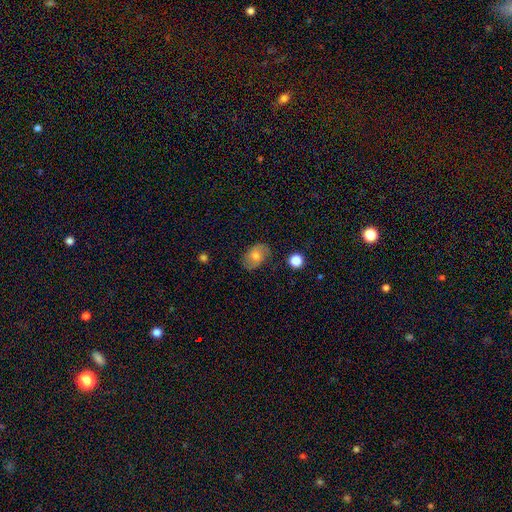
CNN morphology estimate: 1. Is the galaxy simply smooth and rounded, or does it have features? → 52% smooth, 39% featured or disk, 9% star or artifact.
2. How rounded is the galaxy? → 75% in between, 23% round, 1% cigar-shaped.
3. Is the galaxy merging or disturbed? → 78% none, 17% minor disturbance, 4% major disturbance, 2% merger.